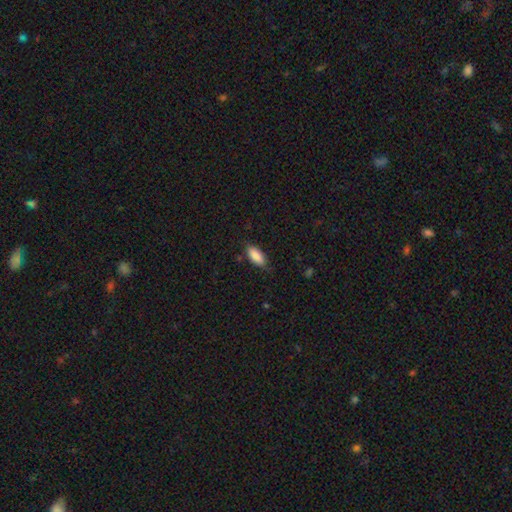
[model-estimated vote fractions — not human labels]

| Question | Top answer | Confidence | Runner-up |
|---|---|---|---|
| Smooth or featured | smooth | 88% | star or artifact (7%) |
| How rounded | in between | 87% | cigar-shaped (11%) |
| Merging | none | 79% | minor disturbance (17%) |